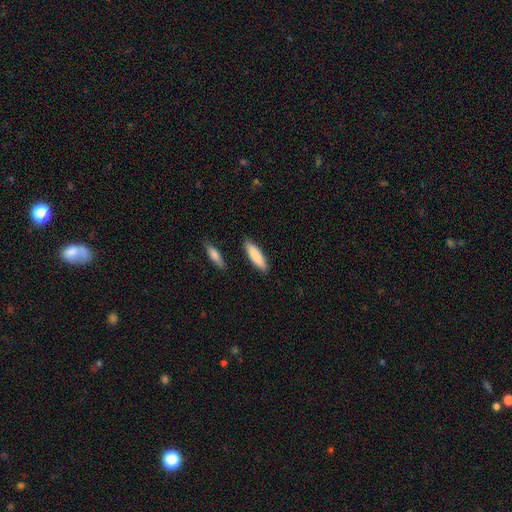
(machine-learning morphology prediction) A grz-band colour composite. It shows a smooth galaxy with no disk features (86%) that is cigar-shaped (63%). Merging: none (87%).